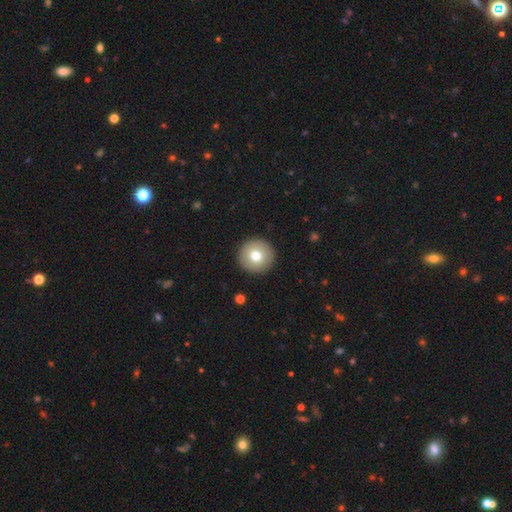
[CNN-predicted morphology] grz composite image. It shows a smooth galaxy with no disk features (74%) that is round (96%). Merging: none (93%).